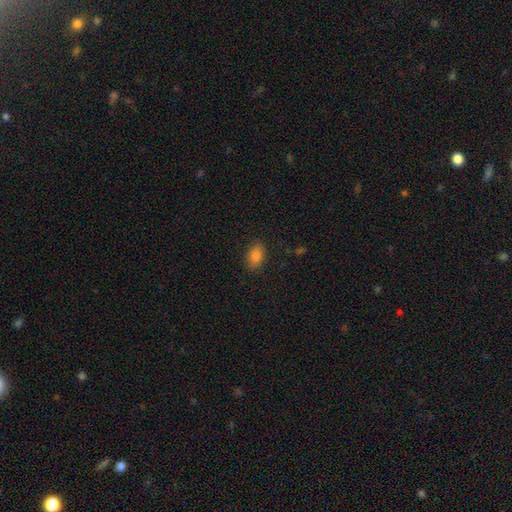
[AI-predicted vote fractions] Q: Smooth or featured?
A: smooth (83%); runner-up: star or artifact (9%)
Q: How rounded?
A: in between (87%); runner-up: round (12%)
Q: Merging?
A: none (87%); runner-up: minor disturbance (9%)